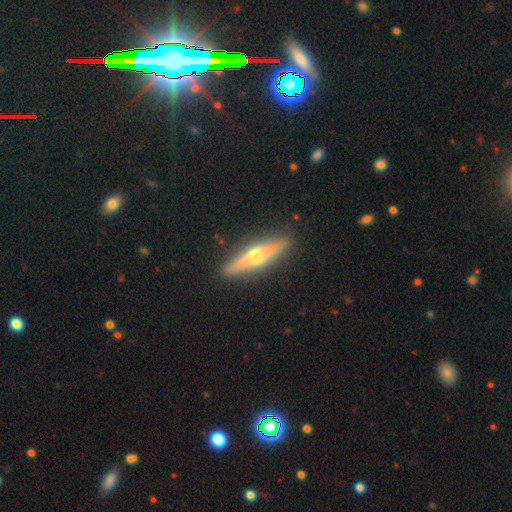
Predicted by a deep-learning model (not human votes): The model was most divided on "smooth or featured": featured or disk: 62%, smooth: 33%, star or artifact: 6%. More confident: edge-on disk — yes (93%); edge-on bulge — rounded (93%); merging — none (90%).